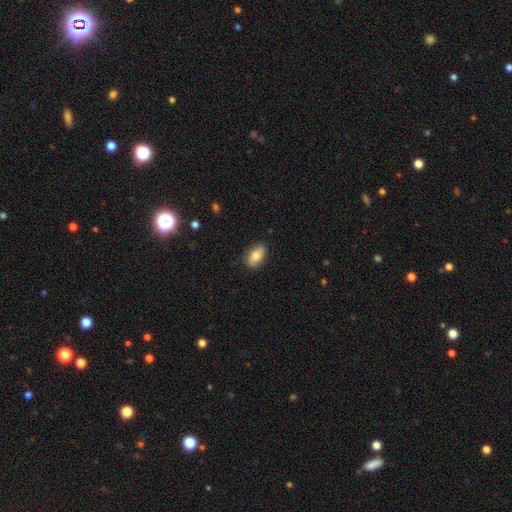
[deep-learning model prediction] Q: Smooth or featured?
A: smooth (82%); runner-up: featured or disk (11%)
Q: How rounded?
A: in between (90%); runner-up: round (6%)
Q: Merging?
A: none (77%); runner-up: minor disturbance (19%)